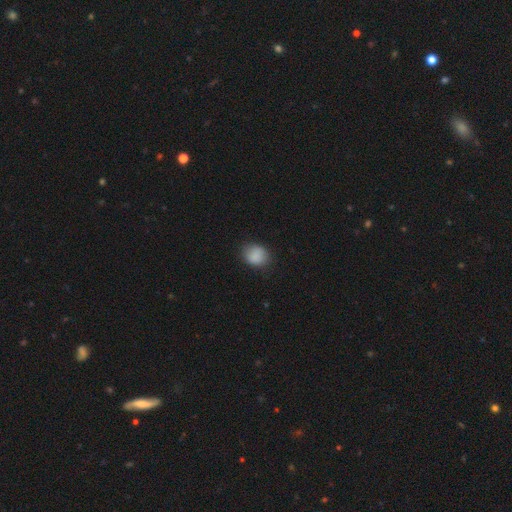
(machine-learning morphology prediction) Smooth or featured: smooth — 87% (star or artifact — 8%)
How rounded: round — 52% (in between — 47%)
Merging: none — 77% (minor disturbance — 18%)